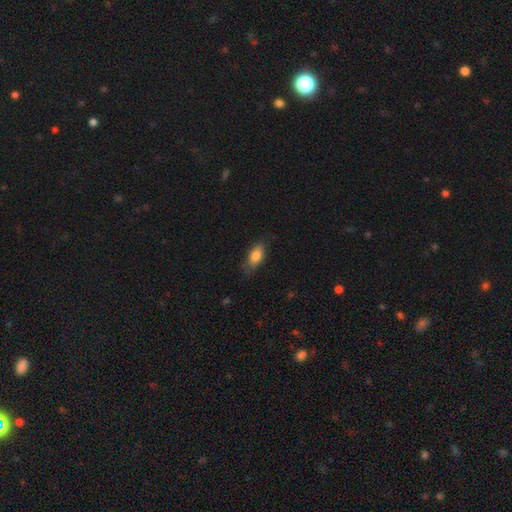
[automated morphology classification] Smooth or featured: smooth — 82% (featured or disk — 11%)
How rounded: in between — 86% (cigar-shaped — 10%)
Merging: none — 73% (minor disturbance — 22%)